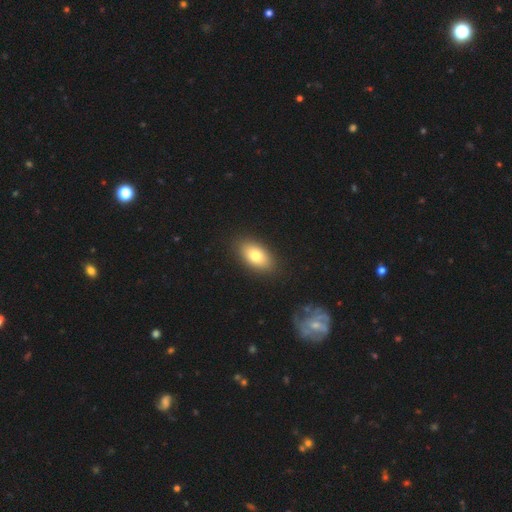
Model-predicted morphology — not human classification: Smooth or featured? smooth (78%)
How rounded? in between (91%)
Merging? none (88%)